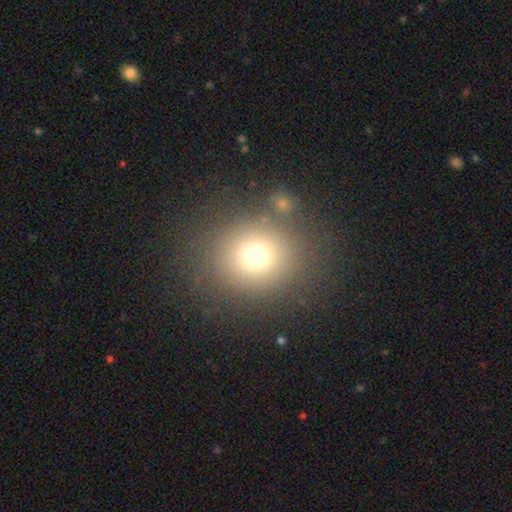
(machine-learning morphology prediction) This appears to be a smooth galaxy with no disk features (72%) that is round (86%). Merging: none (79%).